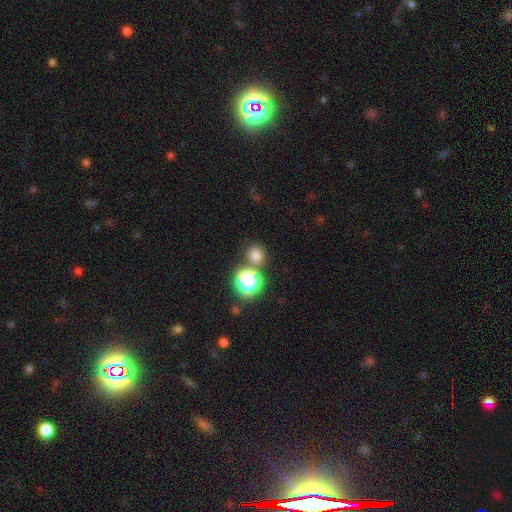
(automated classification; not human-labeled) smooth_or_featured: smooth (p=0.74) [alt: star or artifact p=0.21]
how_rounded: round (p=0.90) [alt: in between p=0.09]
merging: none (p=0.76) [alt: merger p=0.13]